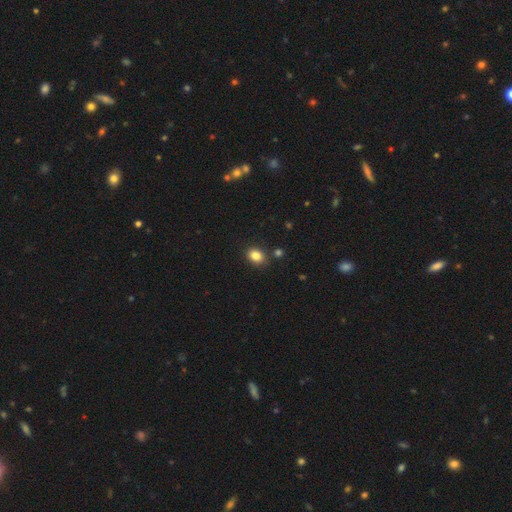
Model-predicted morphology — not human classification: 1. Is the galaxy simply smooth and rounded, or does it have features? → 84% smooth, 10% star or artifact, 6% featured or disk.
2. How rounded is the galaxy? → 57% in between, 42% round, 1% cigar-shaped.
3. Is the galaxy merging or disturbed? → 82% none, 10% minor disturbance, 5% merger, 3% major disturbance.